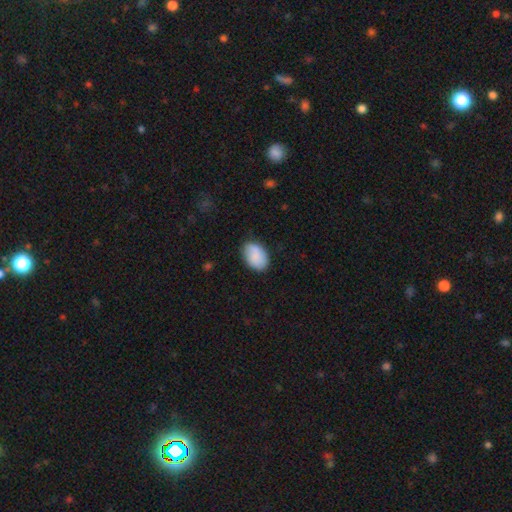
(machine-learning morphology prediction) Smooth or featured?
  - smooth: 85% *
  - featured or disk: 8%
  - star or artifact: 6%
How rounded?
  - in between: 88% *
  - round: 11%
  - cigar-shaped: 1%
Merging?
  - none: 81% *
  - minor disturbance: 14%
  - major disturbance: 3%
  - merger: 1%